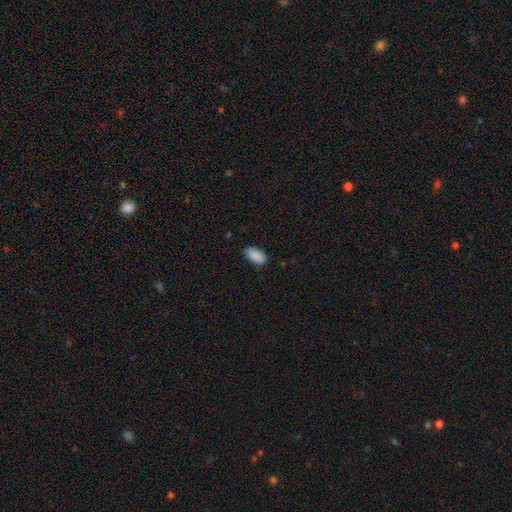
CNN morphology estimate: type=smooth (90%); roundness=in between (94%); merging=none (84%).